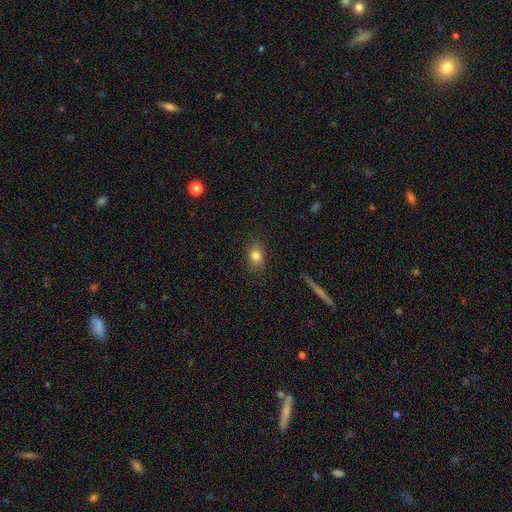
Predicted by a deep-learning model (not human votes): This appears to be a smooth galaxy with no disk features (81%) that is in between round and cigar-shaped (65%). Merging: none (85%).